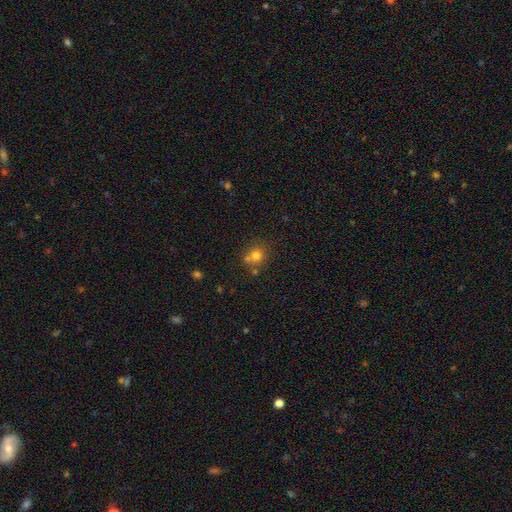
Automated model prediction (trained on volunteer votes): Smooth or featured? Predicted: smooth (p=0.73). How rounded? Predicted: round (p=0.84). Merging? Predicted: none (p=0.60).